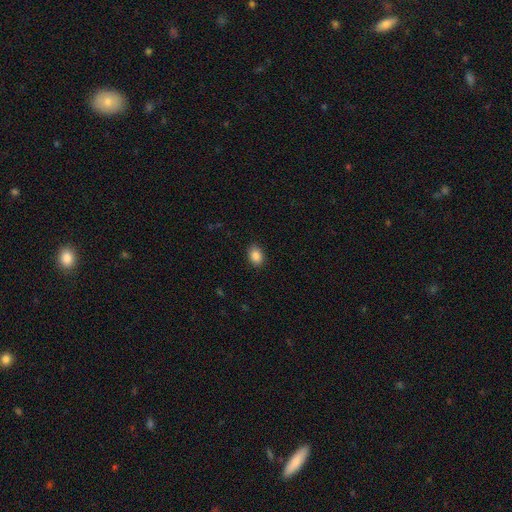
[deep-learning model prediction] Morphology: type=smooth (87%); roundness=in between (74%); merging=none (88%).